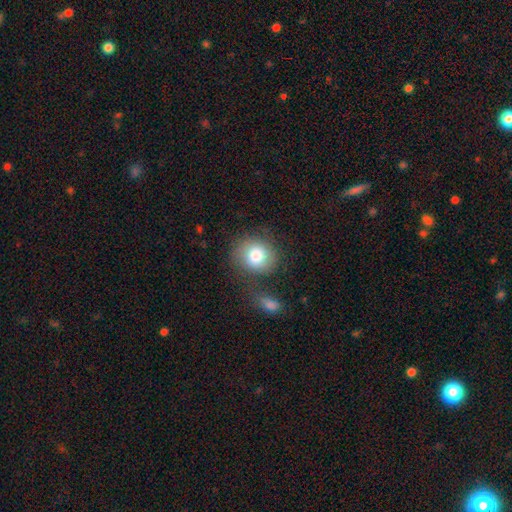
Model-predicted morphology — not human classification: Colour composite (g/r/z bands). It shows a smooth galaxy with no disk features (81%) that is round (78%). Merging: none (67%).